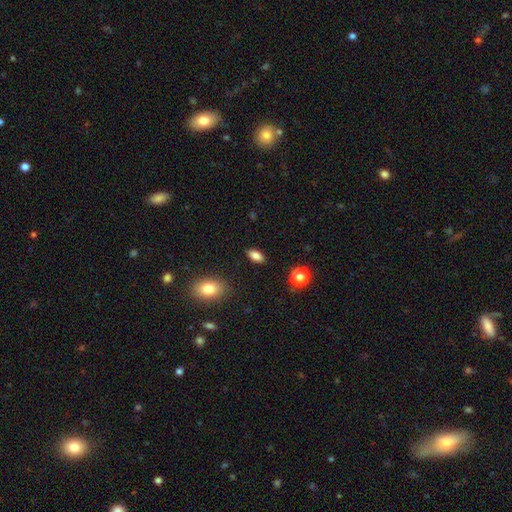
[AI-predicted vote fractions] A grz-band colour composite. It shows a smooth galaxy with no disk features (83%) that is in between round and cigar-shaped (87%). Merging: none (89%).